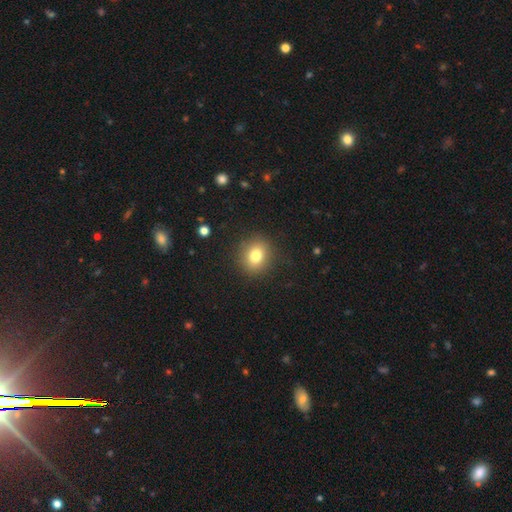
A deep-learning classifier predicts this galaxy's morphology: Overall: smooth (80%). How rounded: round (71%). Merging: none (88%).